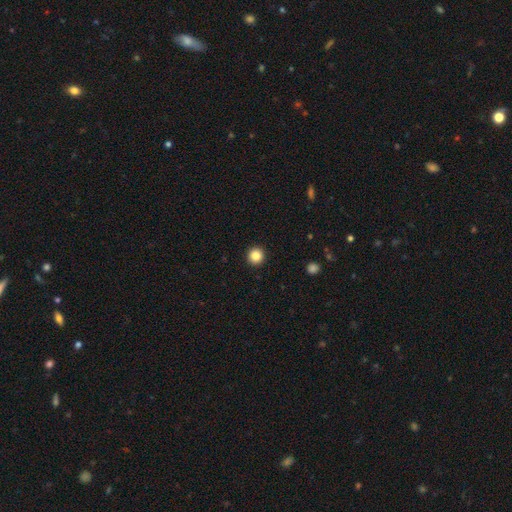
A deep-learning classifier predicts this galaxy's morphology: This is clearly a smooth galaxy (85%). How rounded: clearly round (95%). Merging: clearly none (94%).